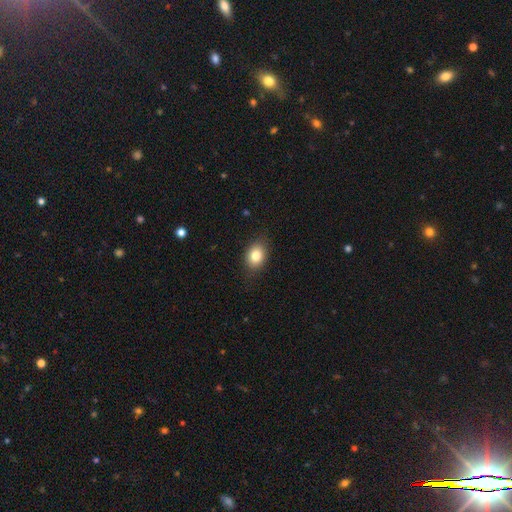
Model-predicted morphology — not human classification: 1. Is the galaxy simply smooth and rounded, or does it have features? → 83% smooth, 9% star or artifact, 9% featured or disk.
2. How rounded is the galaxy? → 65% in between, 34% round, 1% cigar-shaped.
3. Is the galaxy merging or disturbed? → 81% none, 14% minor disturbance, 3% major disturbance, 1% merger.